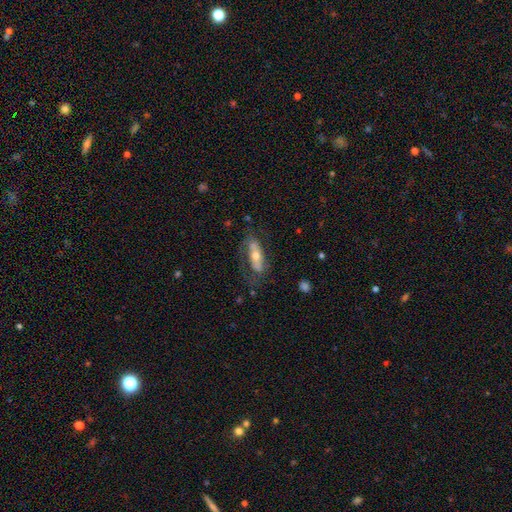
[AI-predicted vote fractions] Morphology: type=featured or disk (49%); merging=none (61%).